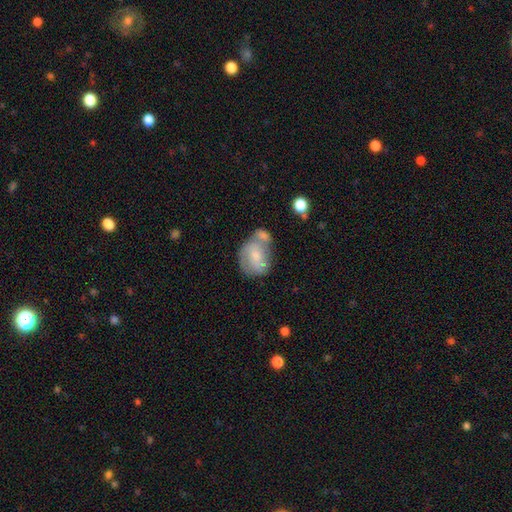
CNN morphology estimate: Smooth or featured?
  - featured or disk: 48% *
  - smooth: 44%
  - star or artifact: 8%
Merging?
  - merger: 44% *
  - none: 28%
  - minor disturbance: 18%
  - major disturbance: 11%